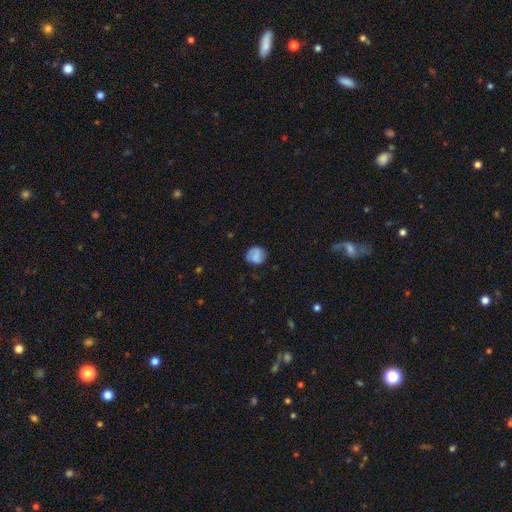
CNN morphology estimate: Smooth or featured?
  - smooth: 73% *
  - featured or disk: 19%
  - star or artifact: 9%
How rounded?
  - round: 84% *
  - in between: 15%
  - cigar-shaped: 1%
Merging?
  - none: 77% *
  - minor disturbance: 17%
  - major disturbance: 5%
  - merger: 2%